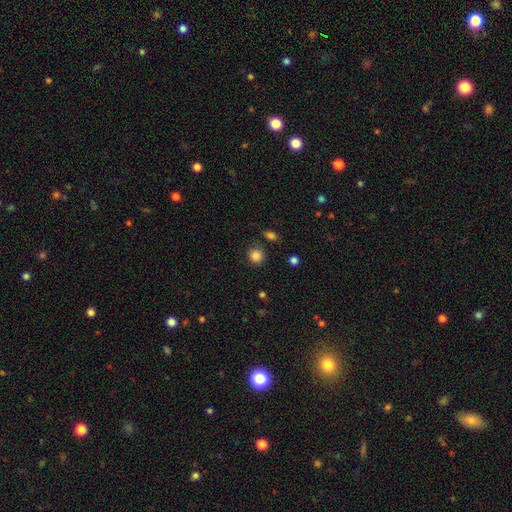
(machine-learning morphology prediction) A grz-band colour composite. It shows a smooth galaxy with no disk features (85%) that is round (89%). Merging: none (83%).